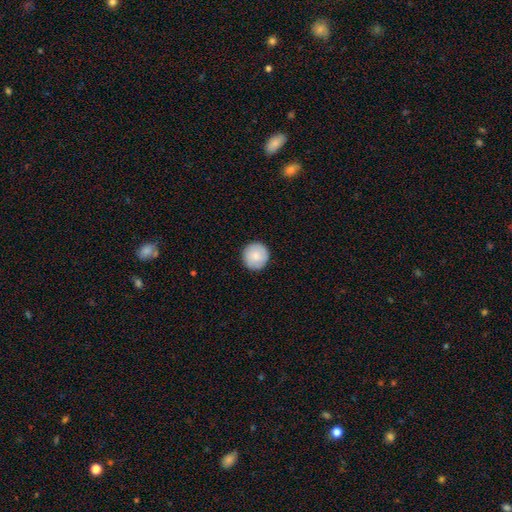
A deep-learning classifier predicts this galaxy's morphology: This is clearly a smooth galaxy (84%). How rounded: clearly round (96%). Merging: clearly none (92%).